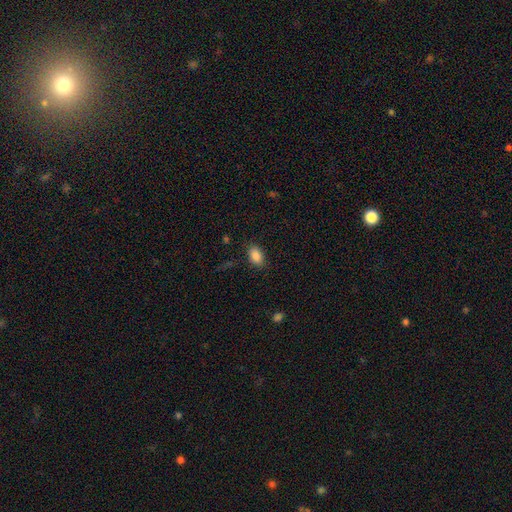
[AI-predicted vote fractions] Overall: smooth (86%). How rounded: in between (88%). Merging: none (83%).